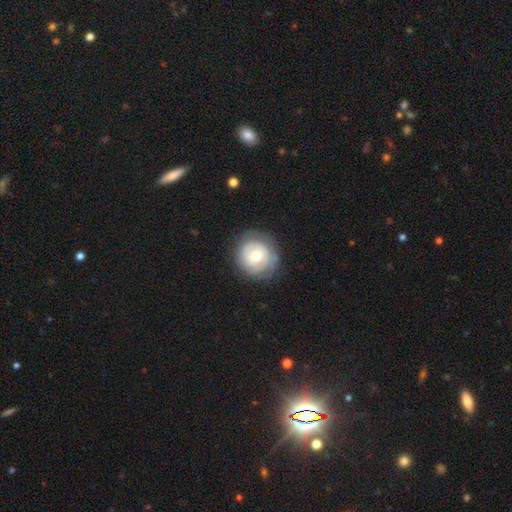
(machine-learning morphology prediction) smooth-or-featured: featured or disk: 52% | smooth: 42% | star or artifact: 6%
  disk-edge-on: no: 97% | yes: 3%
    bar: no: 81% | weak: 15% | strong: 4%
    has-spiral-arms: no: 56% | yes: 44%
    bulge-size: moderate: 75% | small: 16% | large: 7% | dominant: 1% | none: 1%
  merging: none: 76% | minor disturbance: 17% | major disturbance: 7% | merger: 1%